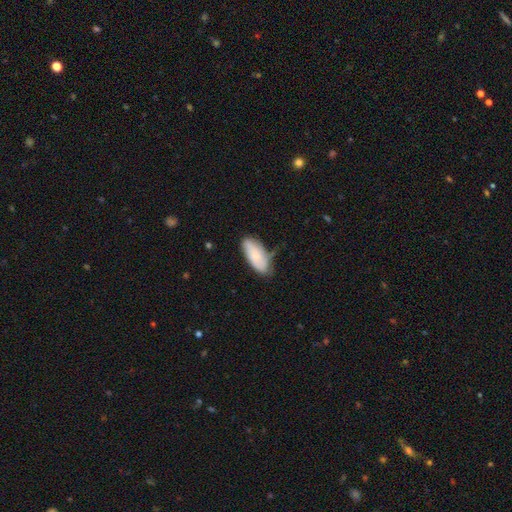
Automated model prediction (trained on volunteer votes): smooth 67%, featured or disk 26%, star or artifact 6%. Down the decision tree: how rounded — in between (87%); merging — none (60%).